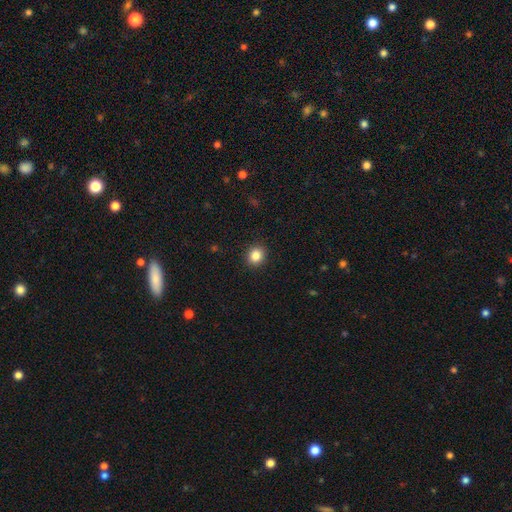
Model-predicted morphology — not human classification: Smooth or featured? Predicted: smooth (p=0.86). How rounded? Predicted: round (p=0.80). Merging? Predicted: none (p=0.91).